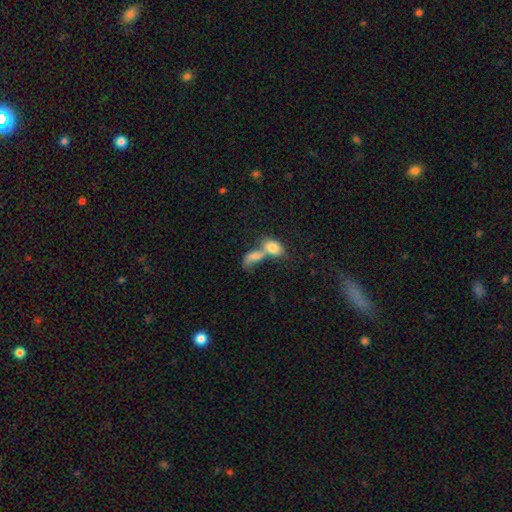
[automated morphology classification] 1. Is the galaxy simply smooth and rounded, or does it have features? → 68% smooth, 20% featured or disk, 12% star or artifact.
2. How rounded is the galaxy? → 78% in between, 16% round, 7% cigar-shaped.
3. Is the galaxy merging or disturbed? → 69% merger, 18% none, 7% major disturbance, 7% minor disturbance.